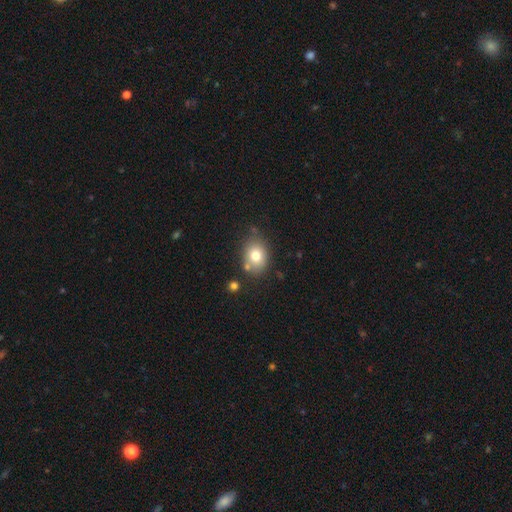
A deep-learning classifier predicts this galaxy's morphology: Smooth or featured: smooth — 76% (featured or disk — 14%)
How rounded: in between — 56% (round — 44%)
Merging: none — 73% (minor disturbance — 15%)